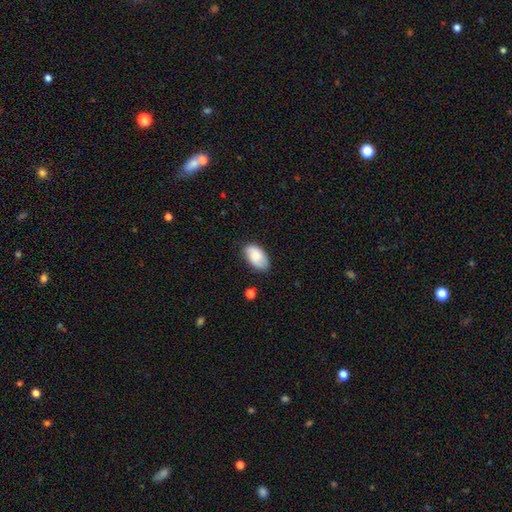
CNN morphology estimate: Smooth or featured: smooth — 76% (featured or disk — 17%)
How rounded: in between — 94% (round — 4%)
Merging: none — 76% (minor disturbance — 19%)